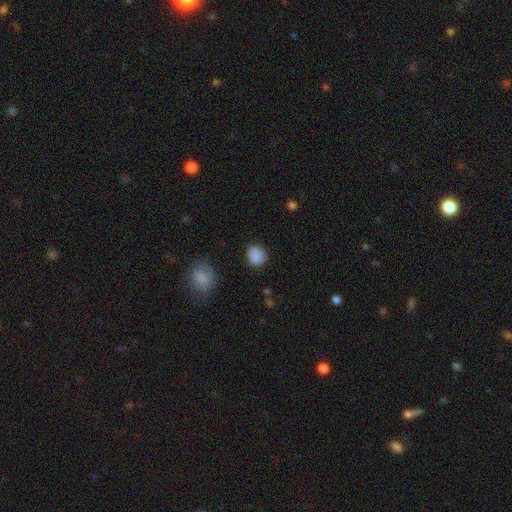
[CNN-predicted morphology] Q: Smooth or featured?
A: smooth (87%); runner-up: star or artifact (9%)
Q: How rounded?
A: round (73%); runner-up: in between (26%)
Q: Merging?
A: none (86%); runner-up: minor disturbance (10%)